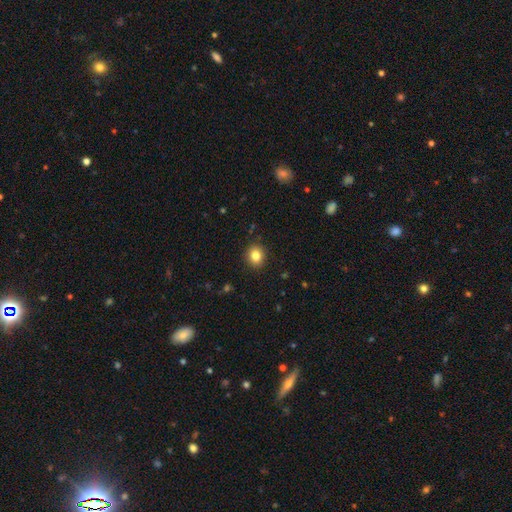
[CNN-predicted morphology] This appears to be a smooth galaxy with no disk features (83%) that is round (74%). Merging: none (90%).